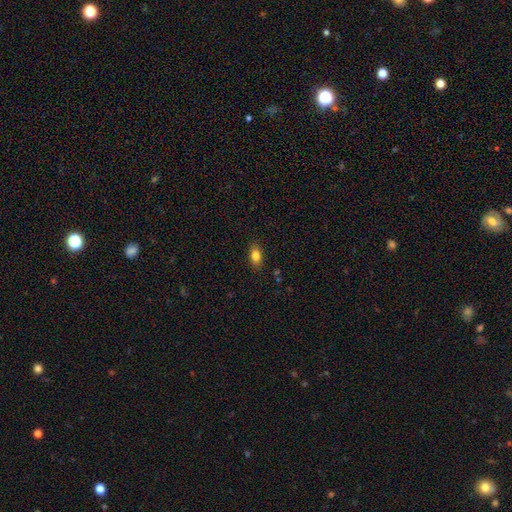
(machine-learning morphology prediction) A smooth galaxy with no disk features (82%) that is in between round and cigar-shaped (85%).

Vote fractions:
- Smooth or featured? smooth: 82% / featured or disk: 9% / star or artifact: 9%
- How rounded? in between: 85% / round: 10% / cigar-shaped: 5%
- Merging? none: 87% / minor disturbance: 10% / major disturbance: 2% / merger: 1%